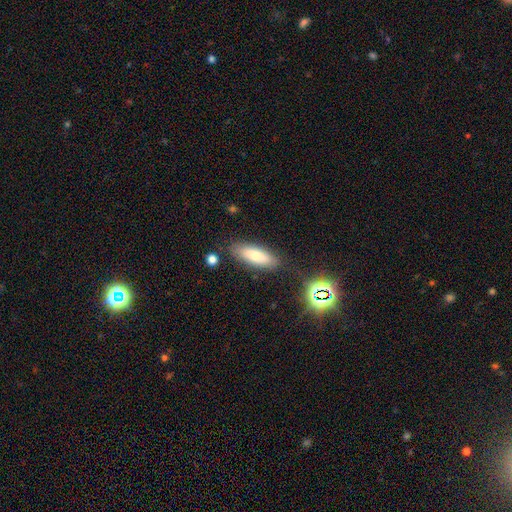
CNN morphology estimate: smooth 78%, featured or disk 14%, star or artifact 8%. Down the decision tree: how rounded — in between (65%); merging — none (81%).